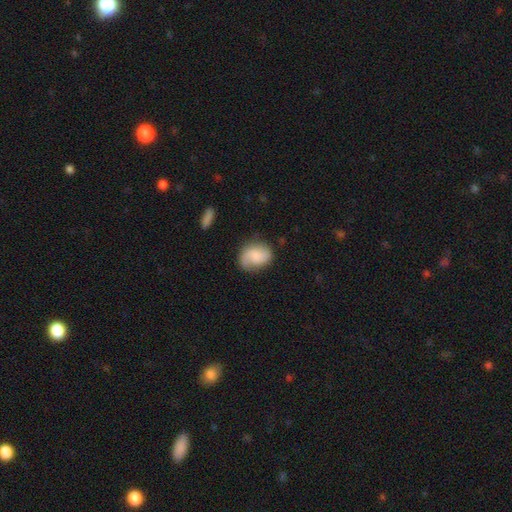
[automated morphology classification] Smooth or featured: featured or disk — 50% (smooth — 43%)
Merging: none — 70% (minor disturbance — 20%)